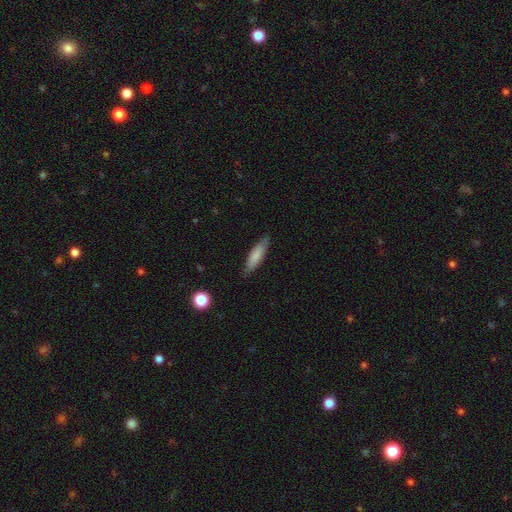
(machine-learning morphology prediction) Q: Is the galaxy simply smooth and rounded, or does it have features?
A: smooth — 78%.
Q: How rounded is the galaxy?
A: cigar-shaped — 63%.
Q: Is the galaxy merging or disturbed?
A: none — 81%.